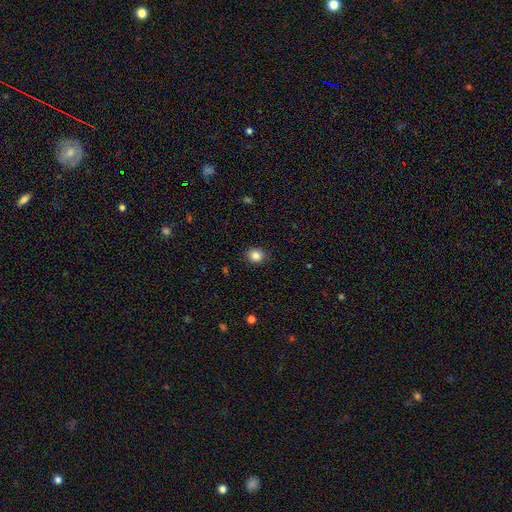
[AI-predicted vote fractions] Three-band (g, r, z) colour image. It shows a smooth galaxy with no disk features (85%) that is round (75%). Merging: none (89%).